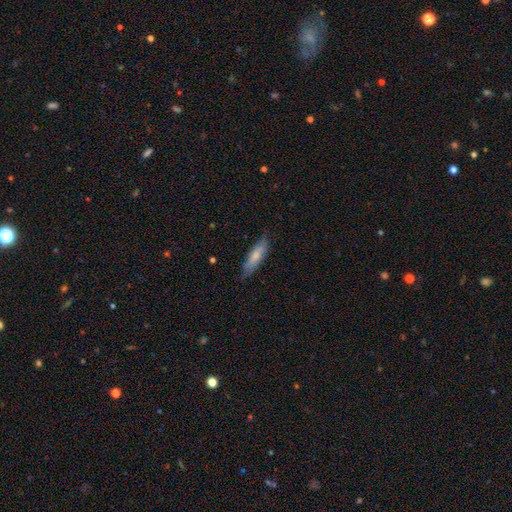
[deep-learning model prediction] smooth-or-featured: smooth: 69% | featured or disk: 26% | star or artifact: 6%
  how-rounded: cigar-shaped: 61% | in between: 37% | round: 2%
  merging: none: 73% | minor disturbance: 22% | major disturbance: 4% | merger: 1%